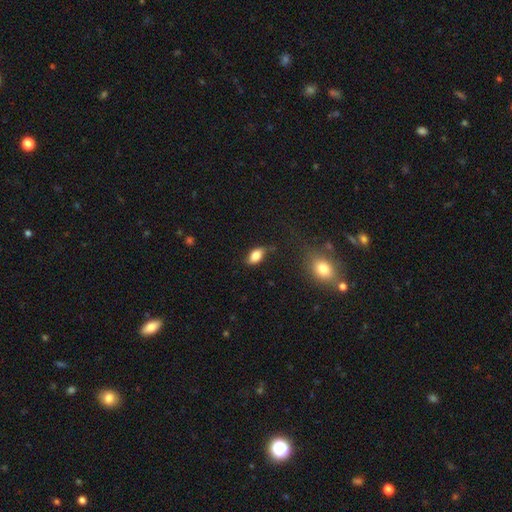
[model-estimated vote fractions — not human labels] Q: Smooth or featured?
A: smooth (81%); runner-up: featured or disk (11%)
Q: How rounded?
A: in between (89%); runner-up: round (7%)
Q: Merging?
A: none (67%); runner-up: minor disturbance (24%)